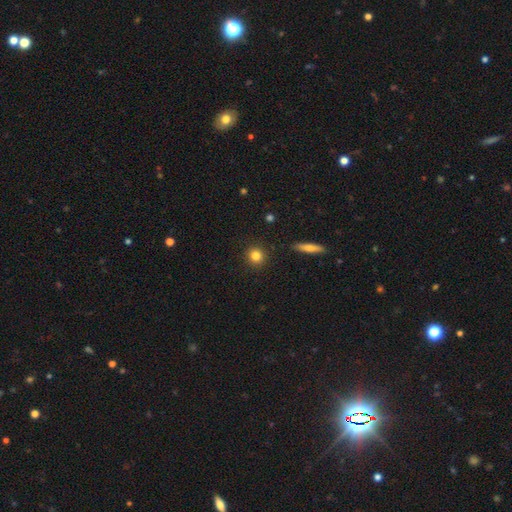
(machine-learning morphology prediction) Smooth or featured: smooth — 82% (star or artifact — 11%)
How rounded: round — 92% (in between — 7%)
Merging: none — 91% (minor disturbance — 5%)